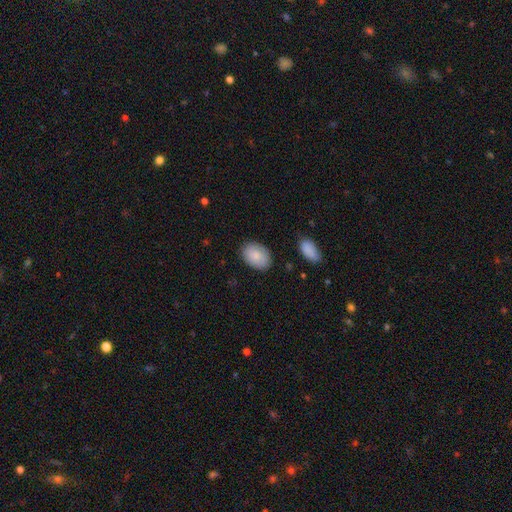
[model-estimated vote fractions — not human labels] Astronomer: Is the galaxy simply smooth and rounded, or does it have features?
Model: smooth — 85%.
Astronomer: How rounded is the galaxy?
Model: in between — 83%.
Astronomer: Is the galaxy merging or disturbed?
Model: none — 84%.